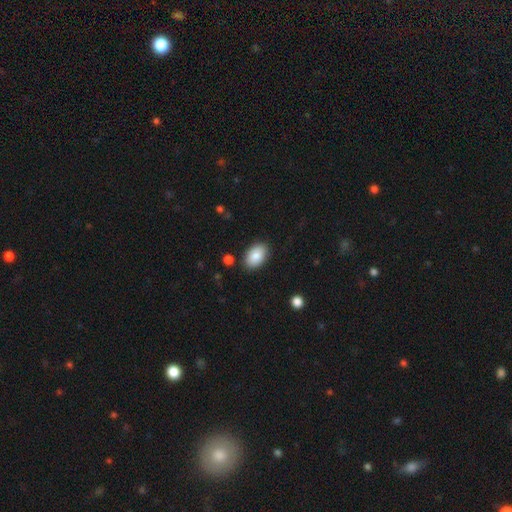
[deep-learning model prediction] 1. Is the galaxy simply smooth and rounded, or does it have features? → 88% smooth, 6% star or artifact, 6% featured or disk.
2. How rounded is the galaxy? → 92% in between, 7% round, 1% cigar-shaped.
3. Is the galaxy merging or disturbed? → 87% none, 9% minor disturbance, 2% major disturbance, 2% merger.